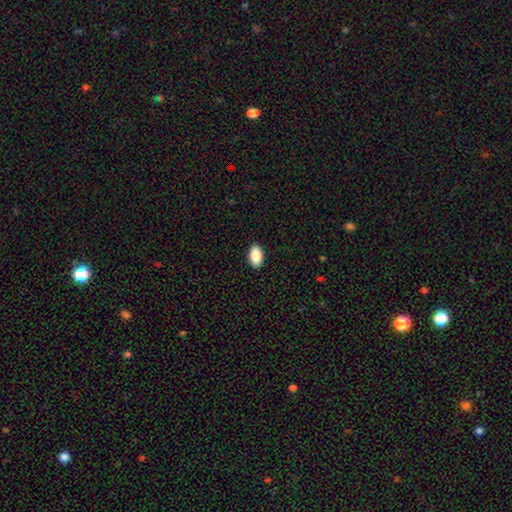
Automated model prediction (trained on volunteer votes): smooth_or_featured: smooth (p=0.89) [alt: star or artifact p=0.07]
how_rounded: in between (p=0.95) [alt: round p=0.04]
merging: none (p=0.90) [alt: minor disturbance p=0.07]